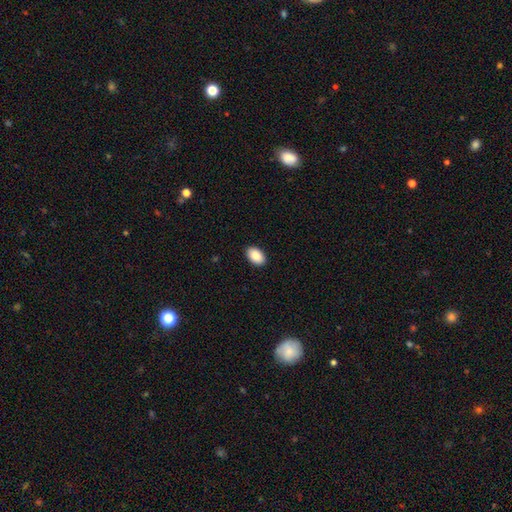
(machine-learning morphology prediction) A smooth galaxy with no disk features (89%) that is in between round and cigar-shaped (92%). Merging: none (90%).